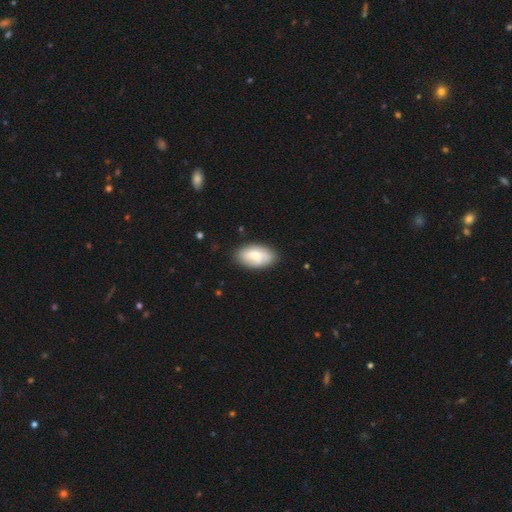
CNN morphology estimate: Smooth or featured?
  - smooth: 67% *
  - featured or disk: 27%
  - star or artifact: 6%
How rounded?
  - in between: 94% *
  - round: 4%
  - cigar-shaped: 2%
Merging?
  - none: 78% *
  - minor disturbance: 17%
  - major disturbance: 4%
  - merger: 2%